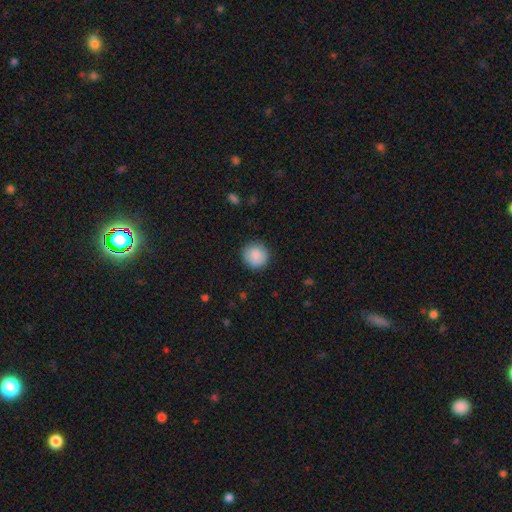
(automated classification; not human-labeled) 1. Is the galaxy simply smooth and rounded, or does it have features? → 88% smooth, 7% star or artifact, 5% featured or disk.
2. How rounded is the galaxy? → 93% round, 6% in between, 1% cigar-shaped.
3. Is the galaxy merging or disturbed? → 88% none, 9% minor disturbance, 2% major disturbance, 1% merger.